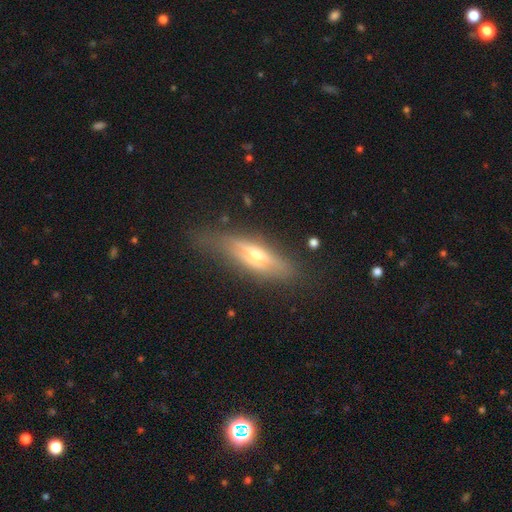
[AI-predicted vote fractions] Smooth or featured?
  - featured or disk: 59% *
  - smooth: 33%
  - star or artifact: 8%
Edge-on disk?
  - yes: 85% *
  - no: 15%
Edge-on bulge?
  - rounded: 88% *
  - none: 6%
  - boxy: 6%
Merging?
  - none: 70% *
  - minor disturbance: 19%
  - major disturbance: 9%
  - merger: 2%